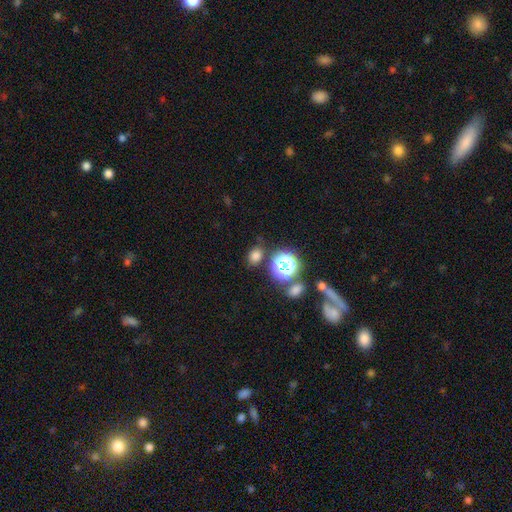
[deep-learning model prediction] A smooth galaxy with no disk features (71%) that is in between round and cigar-shaped (57%).

Vote fractions:
- Smooth or featured? smooth: 71% / star or artifact: 23% / featured or disk: 6%
- How rounded? in between: 57% / round: 42% / cigar-shaped: 1%
- Merging? none: 75% / minor disturbance: 12% / merger: 8% / major disturbance: 5%